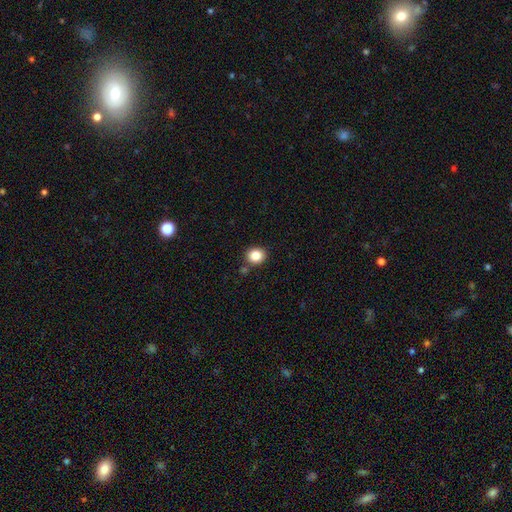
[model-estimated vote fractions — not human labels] Smooth or featured? smooth (85%)
How rounded? round (79%)
Merging? none (84%)